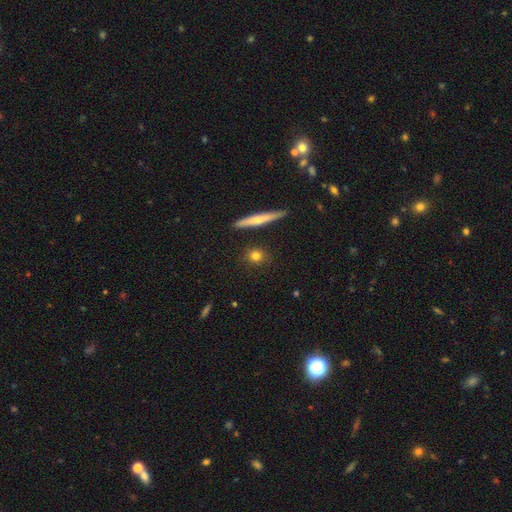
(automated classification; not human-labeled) Morphology: type=smooth (76%); roundness=round (69%); merging=none (86%).